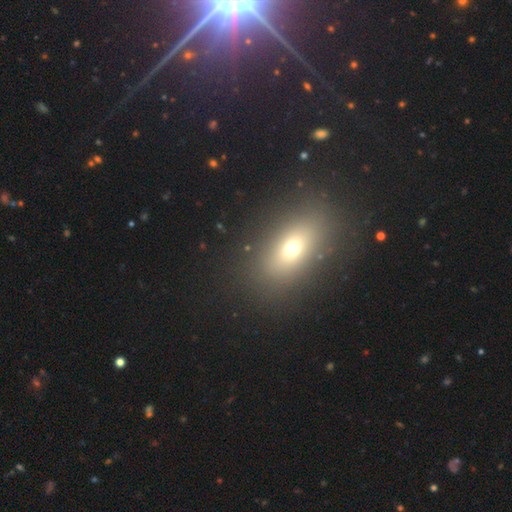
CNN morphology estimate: smooth-or-featured: smooth: 50% | star or artifact: 32% | featured or disk: 18%
  merging: none: 88% | minor disturbance: 8% | major disturbance: 3% | merger: 2%